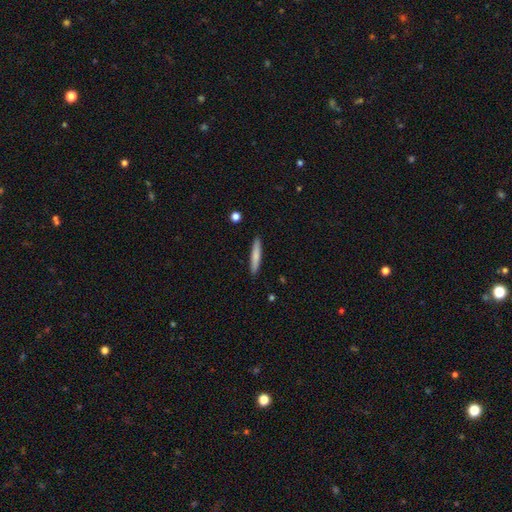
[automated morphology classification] Q: Smooth or featured?
A: smooth (76%); runner-up: featured or disk (18%)
Q: How rounded?
A: cigar-shaped (92%); runner-up: in between (7%)
Q: Merging?
A: none (90%); runner-up: minor disturbance (7%)